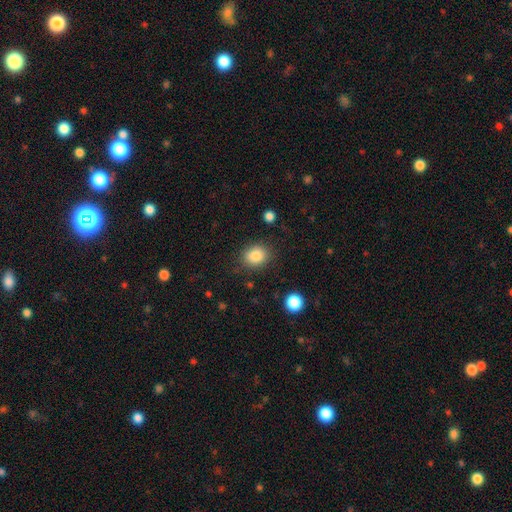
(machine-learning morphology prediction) Q: Smooth or featured?
A: smooth (85%); runner-up: star or artifact (10%)
Q: How rounded?
A: round (59%); runner-up: in between (40%)
Q: Merging?
A: none (83%); runner-up: minor disturbance (11%)